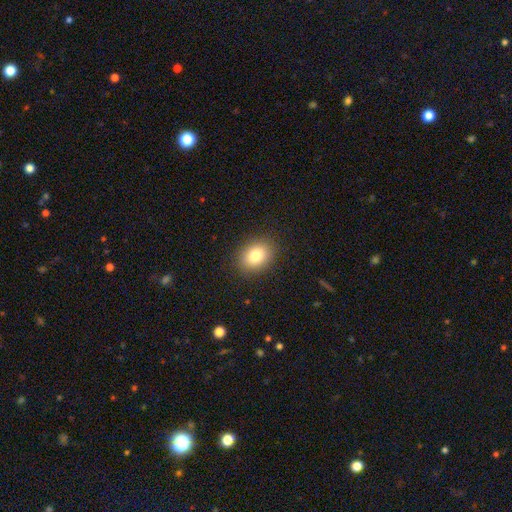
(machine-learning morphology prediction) The model was most divided on "how rounded": in between: 59%, round: 40%, cigar-shaped: 1%. More confident: merging — none (88%); smooth or featured — smooth (82%).